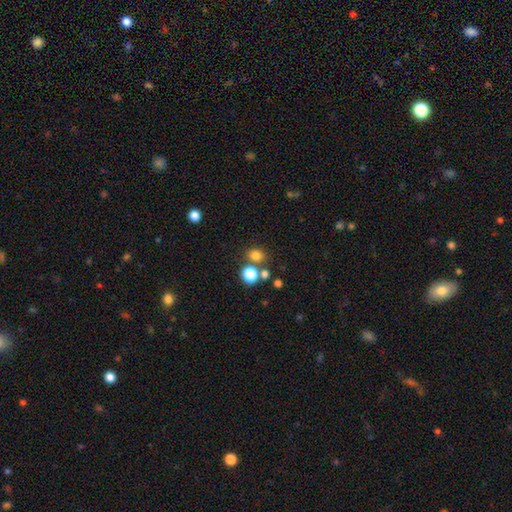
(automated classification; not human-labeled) Overall: smooth (77%). How rounded: round (72%). Merging: none (69%).